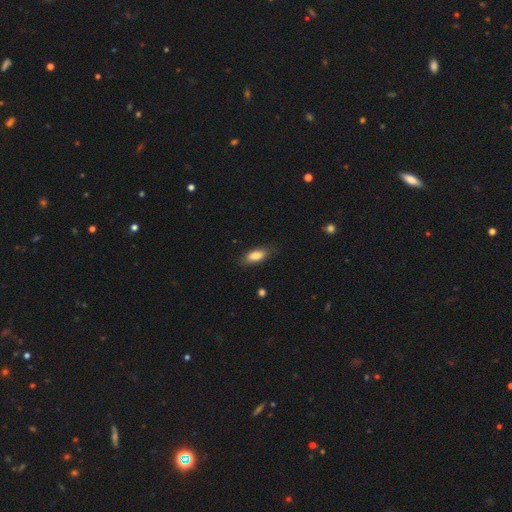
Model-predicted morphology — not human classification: smooth 83%, featured or disk 10%, star or artifact 7%. Down the decision tree: how rounded — in between (80%); merging — none (82%).